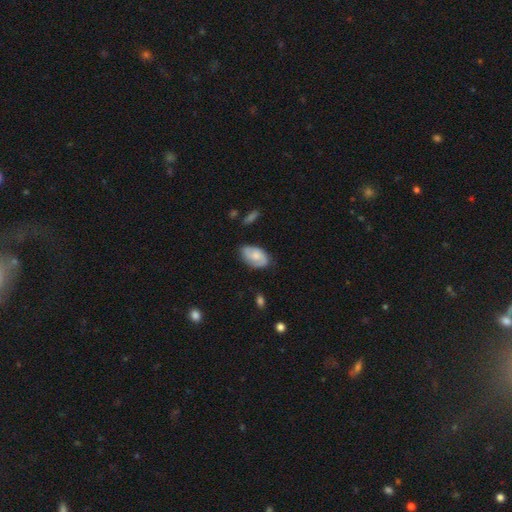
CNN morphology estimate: The model was most divided on "smooth or featured": smooth: 51%, featured or disk: 42%, star or artifact: 7%. More confident: how rounded — in between (91%); merging — none (68%).